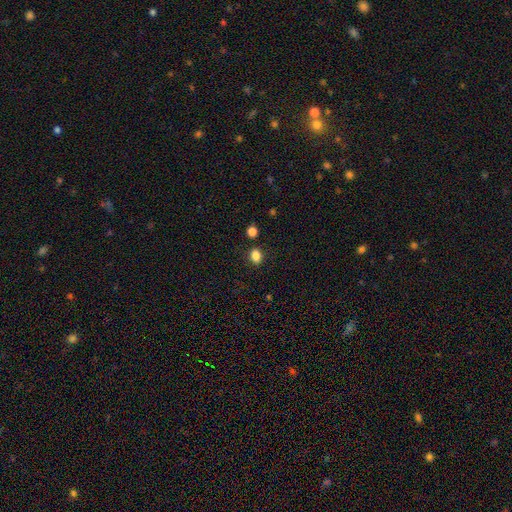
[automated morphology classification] Smooth or featured?
  - smooth: 85% *
  - star or artifact: 11%
  - featured or disk: 4%
How rounded?
  - in between: 59% *
  - round: 40%
  - cigar-shaped: 1%
Merging?
  - none: 82% *
  - minor disturbance: 10%
  - merger: 5%
  - major disturbance: 3%